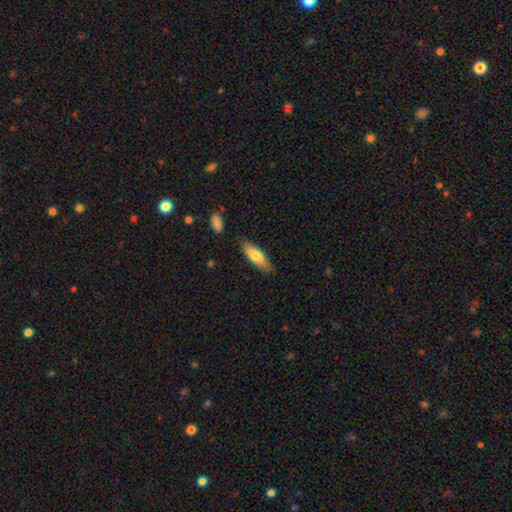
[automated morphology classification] A smooth galaxy with no disk features (73%) that is in between round and cigar-shaped (51%). Merging: none (82%).